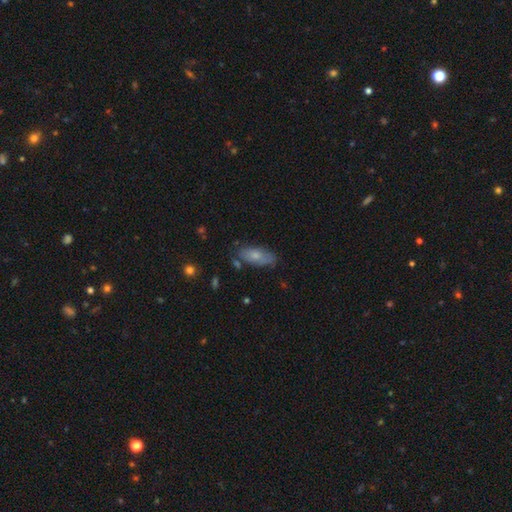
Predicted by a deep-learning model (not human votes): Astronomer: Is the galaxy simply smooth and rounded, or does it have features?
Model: smooth — 66%.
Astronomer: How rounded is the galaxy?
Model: in between — 83%.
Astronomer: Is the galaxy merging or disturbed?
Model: none — 66%.